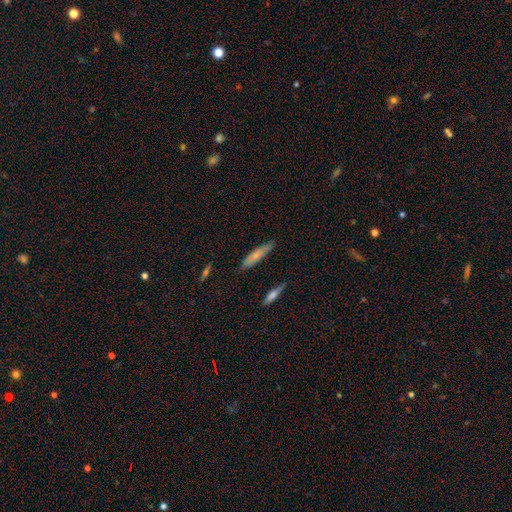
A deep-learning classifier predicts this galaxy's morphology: This is likely a smooth galaxy (69%). How rounded: clearly cigar-shaped (81%). Merging: likely none (80%).